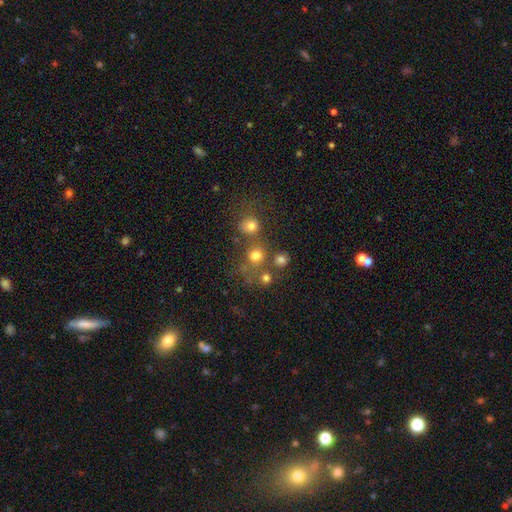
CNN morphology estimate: smooth 73%, star or artifact 18%, featured or disk 9%. Down the decision tree: how rounded — round (88%); merging — none (65%).